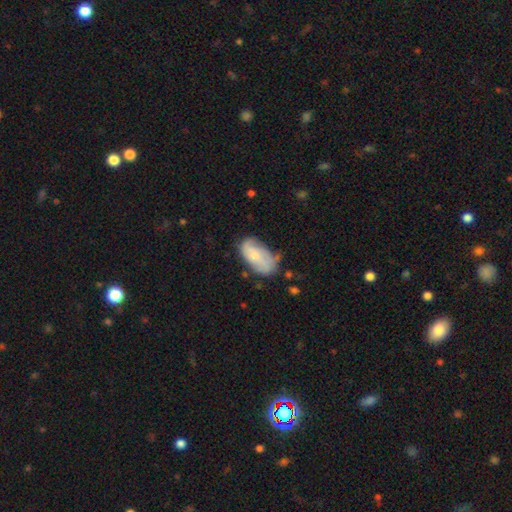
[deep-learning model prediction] Smooth or featured? Predicted: smooth (p=0.55). How rounded? Predicted: in between (p=0.93). Merging? Predicted: none (p=0.50).